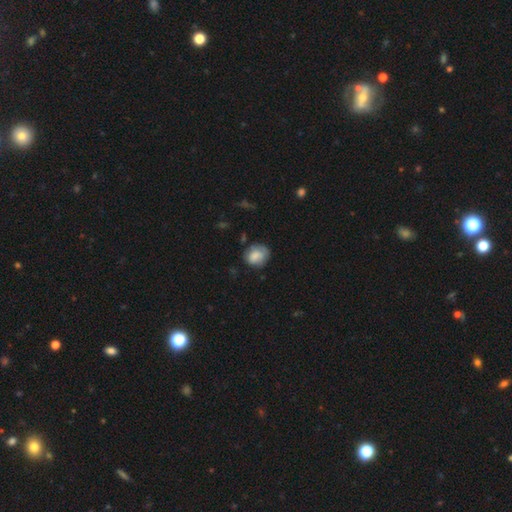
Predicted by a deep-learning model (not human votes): smooth 74%, featured or disk 18%, star or artifact 8%. Down the decision tree: how rounded — round (60%); merging — none (60%).